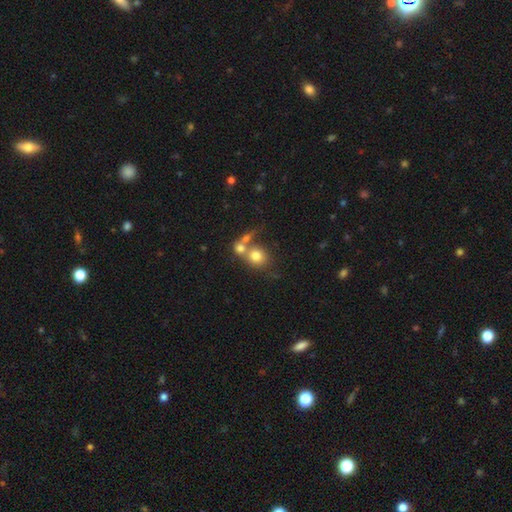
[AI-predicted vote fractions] Smooth or featured: smooth — 74% (featured or disk — 15%)
How rounded: round — 75% (in between — 24%)
Merging: merger — 51% (none — 34%)